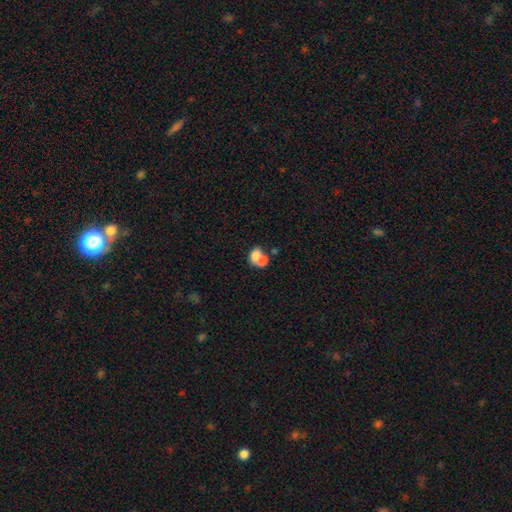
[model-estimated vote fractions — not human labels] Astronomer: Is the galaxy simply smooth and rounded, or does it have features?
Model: smooth — 72%.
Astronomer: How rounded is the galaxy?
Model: in between — 70%.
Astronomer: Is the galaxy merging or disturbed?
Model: merger — 68%.